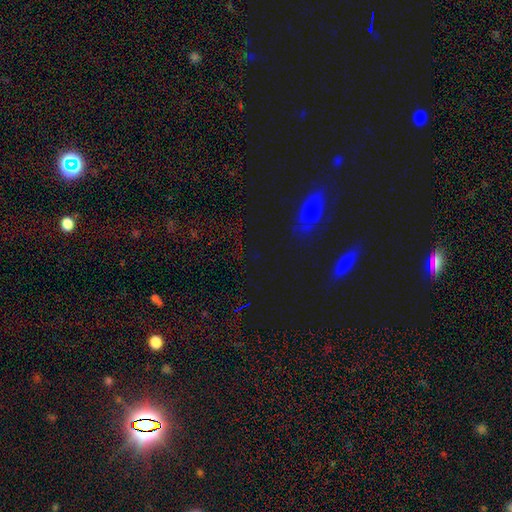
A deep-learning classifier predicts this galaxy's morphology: Smooth or featured? star or artifact (71%)